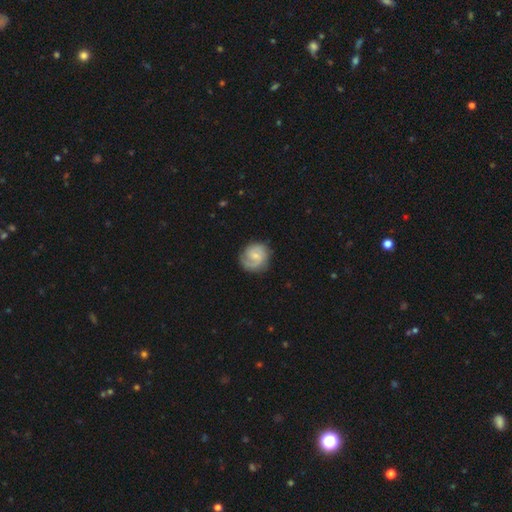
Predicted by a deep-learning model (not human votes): featured or disk 71%, smooth 23%, star or artifact 5%. Down the decision tree: edge-on disk — no (98%); bar — no (50%); spiral arms — yes (94%); spiral arm count — 2 (61%); spiral winding — tight (44%); bulge size — small (61%); merging — none (76%).